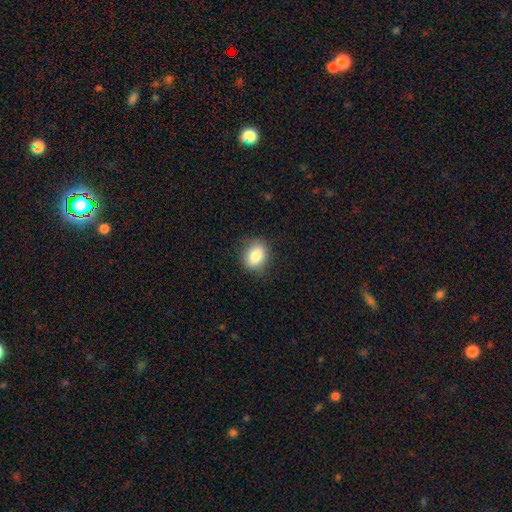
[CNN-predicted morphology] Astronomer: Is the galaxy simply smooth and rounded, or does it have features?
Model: smooth — 83%.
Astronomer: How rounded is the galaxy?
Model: in between — 60% (runner-up: round, 38%).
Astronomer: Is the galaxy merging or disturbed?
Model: none — 81%.